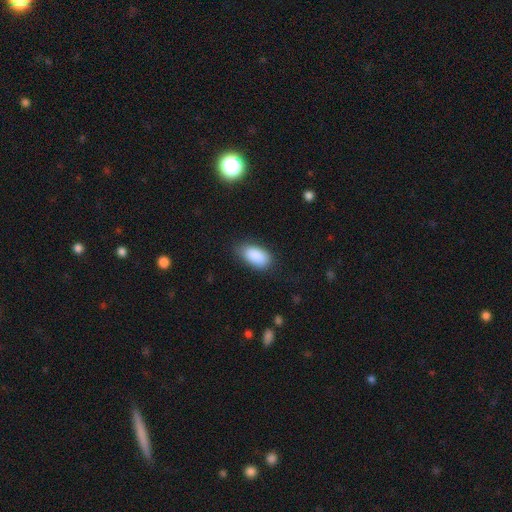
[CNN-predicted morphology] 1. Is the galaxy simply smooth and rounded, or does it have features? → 89% smooth, 7% star or artifact, 4% featured or disk.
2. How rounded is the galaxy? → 93% in between, 4% round, 3% cigar-shaped.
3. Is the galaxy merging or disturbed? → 76% none, 18% minor disturbance, 4% major disturbance, 1% merger.